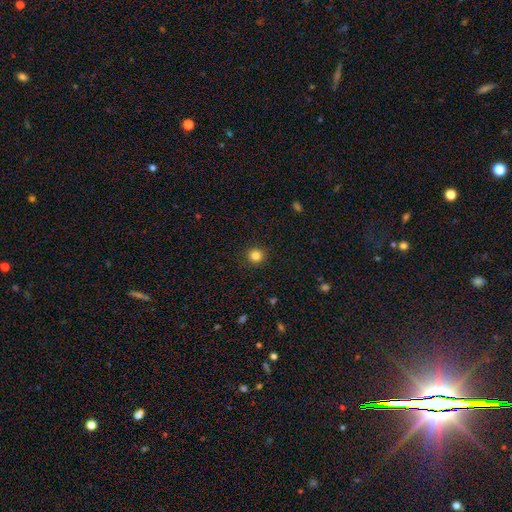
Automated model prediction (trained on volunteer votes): This is clearly a smooth galaxy (84%). How rounded: clearly round (93%). Merging: clearly none (92%).